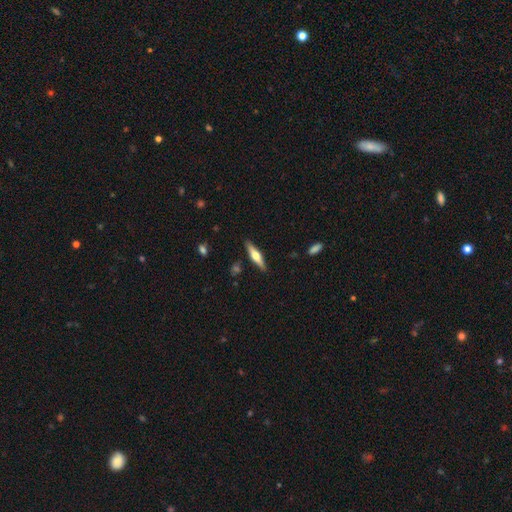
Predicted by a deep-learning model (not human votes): Smooth or featured? Predicted: featured or disk (p=0.55). Edge-on disk? Predicted: yes (p=0.95). Edge-on bulge? Predicted: rounded (p=0.89). Merging? Predicted: none (p=0.88).